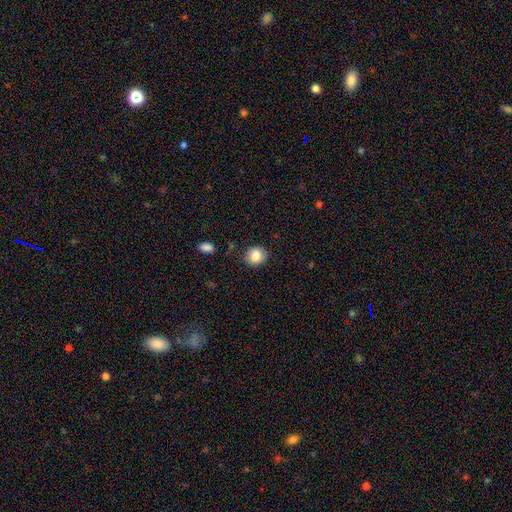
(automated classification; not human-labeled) smooth_or_featured: smooth (p=0.82) [alt: star or artifact p=0.09]
how_rounded: round (p=0.69) [alt: in between p=0.30]
merging: none (p=0.81) [alt: minor disturbance p=0.14]